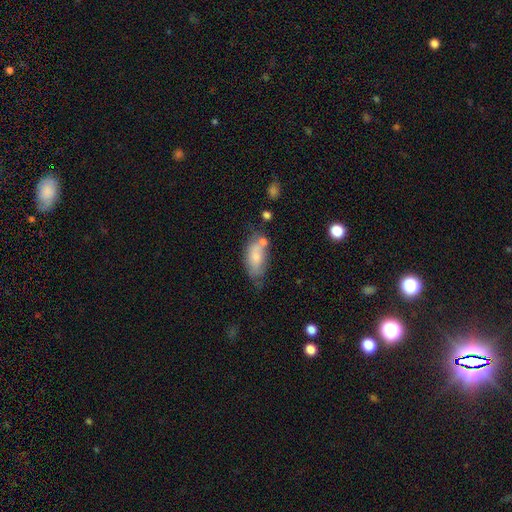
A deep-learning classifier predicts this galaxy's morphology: Smooth or featured? Predicted: smooth (p=0.70). How rounded? Predicted: in between (p=0.87). Merging? Predicted: none (p=0.43).